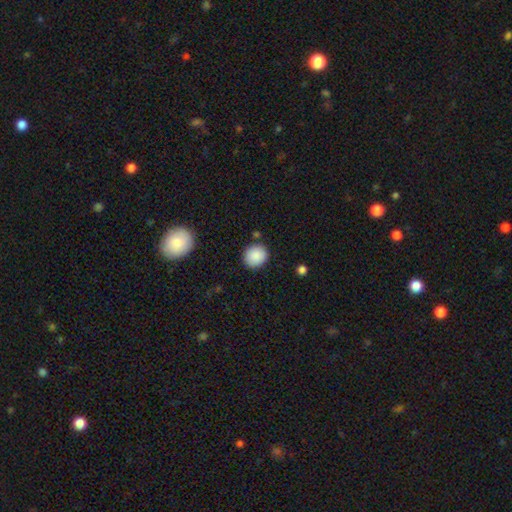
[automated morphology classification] Smooth or featured? smooth (88%)
How rounded? round (81%)
Merging? none (86%)